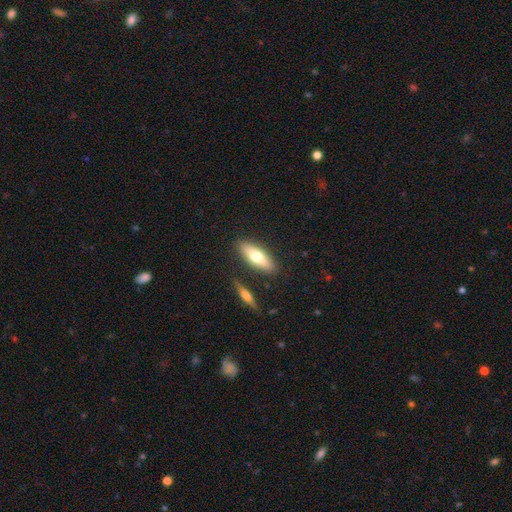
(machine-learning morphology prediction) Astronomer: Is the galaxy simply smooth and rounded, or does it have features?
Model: smooth — 65%.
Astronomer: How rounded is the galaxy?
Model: in between — 60% (runner-up: cigar-shaped, 38%).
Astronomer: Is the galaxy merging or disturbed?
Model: none — 83%.